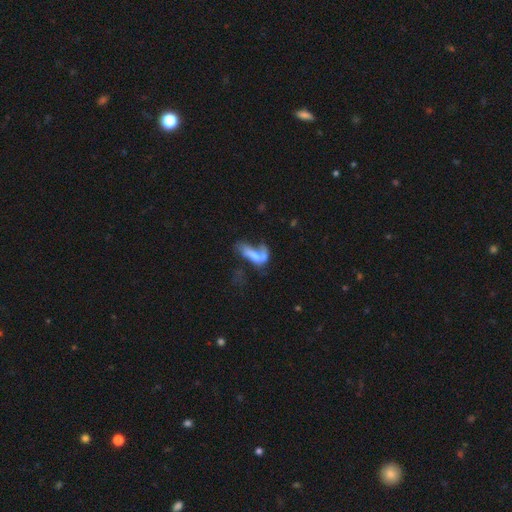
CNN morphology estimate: The model was most divided on "smooth or featured": smooth: 45%, featured or disk: 44%, star or artifact: 11%. Remaining: merging — major disturbance (38%).